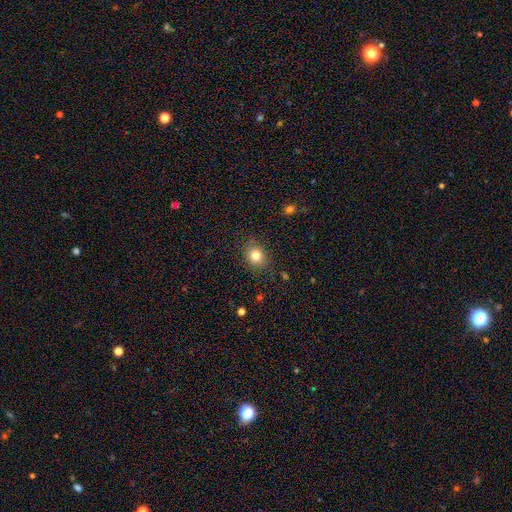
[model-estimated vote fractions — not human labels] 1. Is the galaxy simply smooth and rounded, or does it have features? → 82% smooth, 12% star or artifact, 7% featured or disk.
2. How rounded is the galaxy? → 70% round, 29% in between, 1% cigar-shaped.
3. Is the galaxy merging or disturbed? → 86% none, 10% minor disturbance, 3% major disturbance, 1% merger.